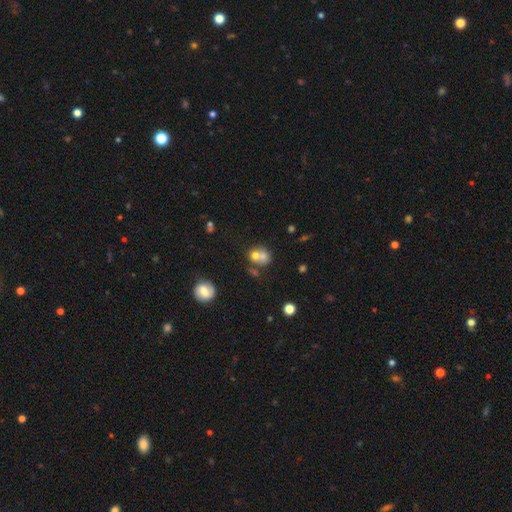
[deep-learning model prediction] Smooth or featured? Predicted: smooth (p=0.67). How rounded? Predicted: round (p=0.66). Merging? Predicted: merger (p=0.55).